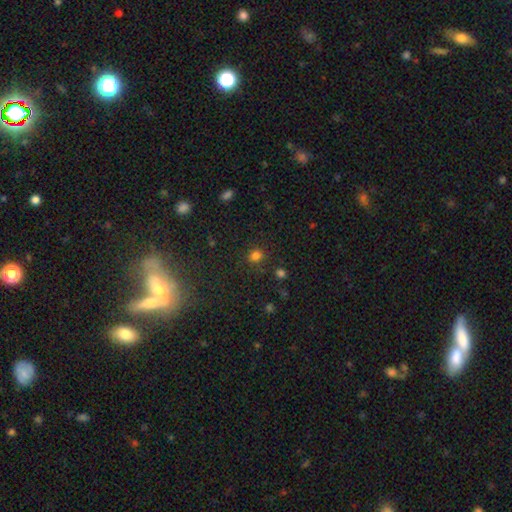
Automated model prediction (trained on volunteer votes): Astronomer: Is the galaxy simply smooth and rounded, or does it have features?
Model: smooth — 78%.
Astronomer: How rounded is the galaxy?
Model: round — 81%.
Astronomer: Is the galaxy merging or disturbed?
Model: none — 83%.